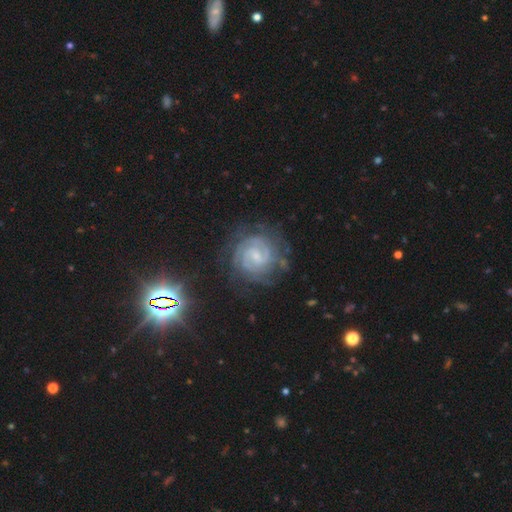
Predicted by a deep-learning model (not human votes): A featured or disk galaxy (86%) with a weak bar (54%), 2 (56%) tight (71%) spiral arms (98%) and a small central bulge (63%).

Vote fractions:
- Smooth or featured? featured or disk: 86% / smooth: 7% / star or artifact: 7%
- Edge-on disk? no: 98% / yes: 2%
- Bar? weak: 54% / no: 29% / strong: 17%
- Spiral arms? yes: 98% / no: 2%
- Spiral winding? tight: 71% / medium: 25% / loose: 4%
- Spiral arm count? 2: 56% / can't tell: 18% / 3: 13% / 4: 5% / 1: 4% / more than 4: 4%
- Bulge size? small: 63% / moderate: 21% / none: 14% / large: 2% / dominant: 1%
- Merging? none: 76% / minor disturbance: 15% / major disturbance: 7% / merger: 2%